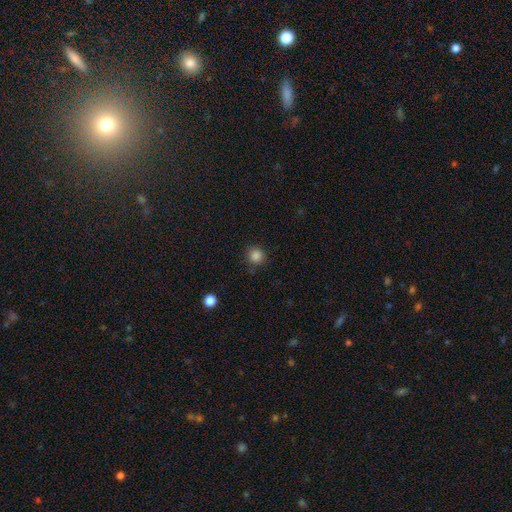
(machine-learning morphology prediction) A smooth galaxy with no disk features (85%) that is round (93%). Merging: none (85%).